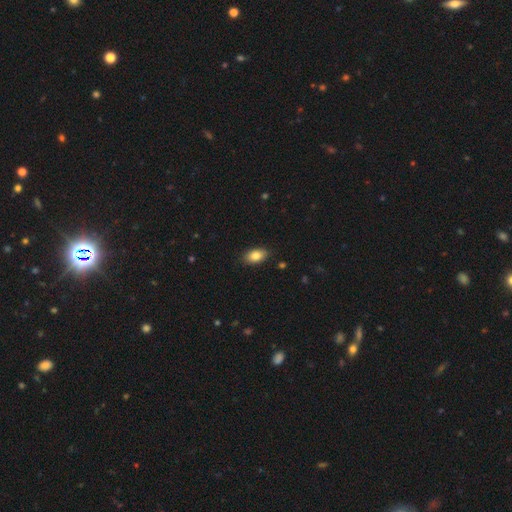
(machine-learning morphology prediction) smooth-or-featured: smooth: 84% | featured or disk: 8% | star or artifact: 8%
  how-rounded: in between: 91% | round: 7% | cigar-shaped: 2%
  merging: none: 87% | minor disturbance: 9% | major disturbance: 2% | merger: 1%